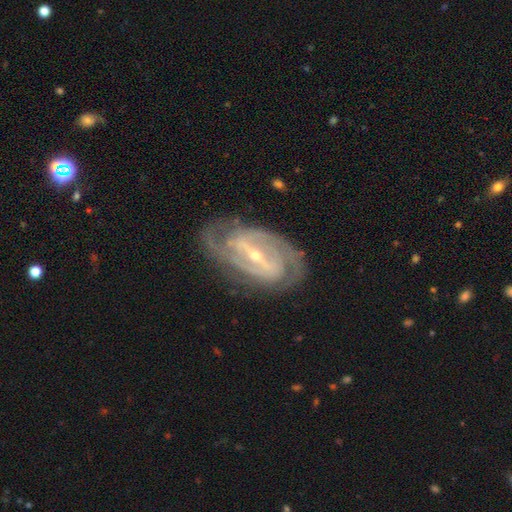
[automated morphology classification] featured or disk 90%, smooth 5%, star or artifact 5%. Down the decision tree: edge-on disk — no (95%); bar — strong (63%); spiral arms — yes (96%); spiral arm count — 2 (62%); spiral winding — tight (53%); bulge size — small (69%); merging — none (75%).